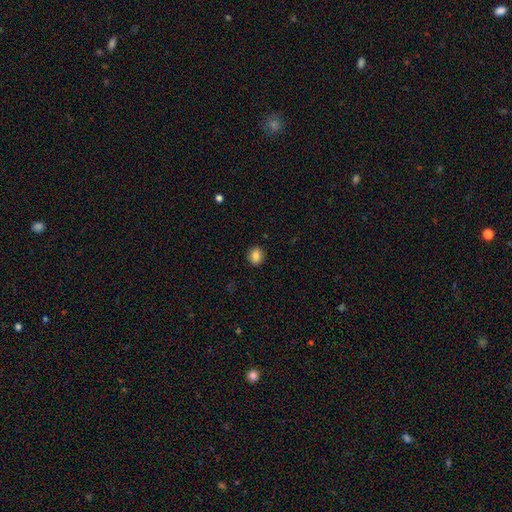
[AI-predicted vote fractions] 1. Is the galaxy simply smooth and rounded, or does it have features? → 83% smooth, 10% star or artifact, 7% featured or disk.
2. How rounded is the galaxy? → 71% round, 28% in between, 1% cigar-shaped.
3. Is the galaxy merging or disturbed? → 90% none, 7% minor disturbance, 2% major disturbance, 1% merger.